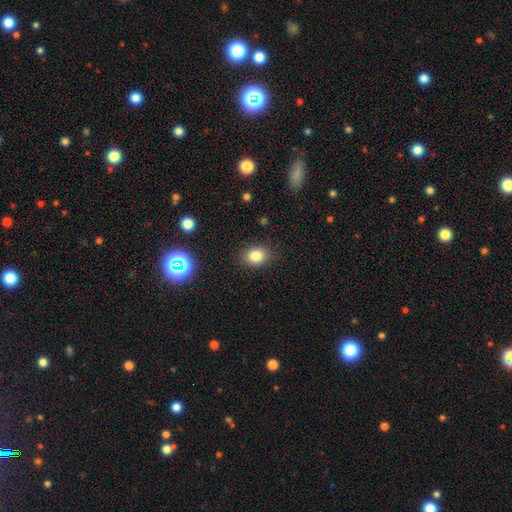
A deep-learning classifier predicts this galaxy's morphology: Smooth or featured? Predicted: smooth (p=0.81). How rounded? Predicted: in between (p=0.51). Merging? Predicted: none (p=0.86).